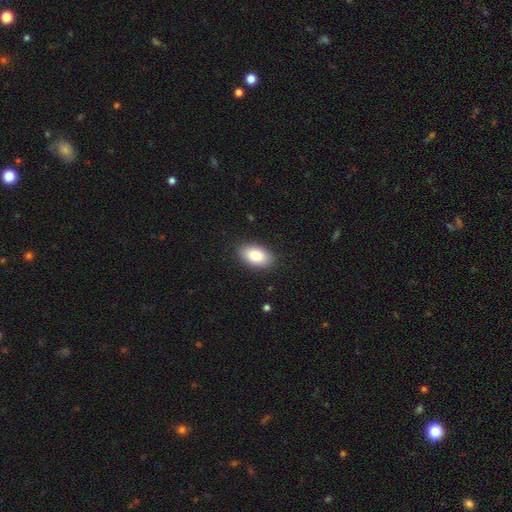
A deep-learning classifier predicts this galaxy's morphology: Smooth or featured: smooth — 88% (star or artifact — 7%)
How rounded: in between — 93% (round — 5%)
Merging: none — 88% (minor disturbance — 9%)